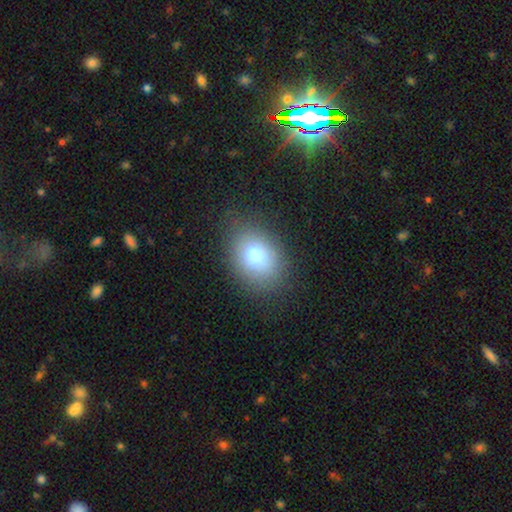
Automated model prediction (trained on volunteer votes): Smooth or featured: smooth — 82% (star or artifact — 10%)
How rounded: in between — 68% (round — 30%)
Merging: none — 78% (minor disturbance — 15%)